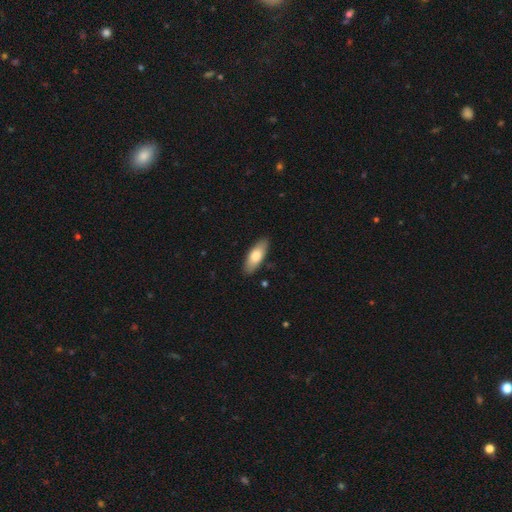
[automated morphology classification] Q: Smooth or featured?
A: smooth (75%); runner-up: featured or disk (20%)
Q: How rounded?
A: in between (72%); runner-up: cigar-shaped (26%)
Q: Merging?
A: none (88%); runner-up: minor disturbance (9%)